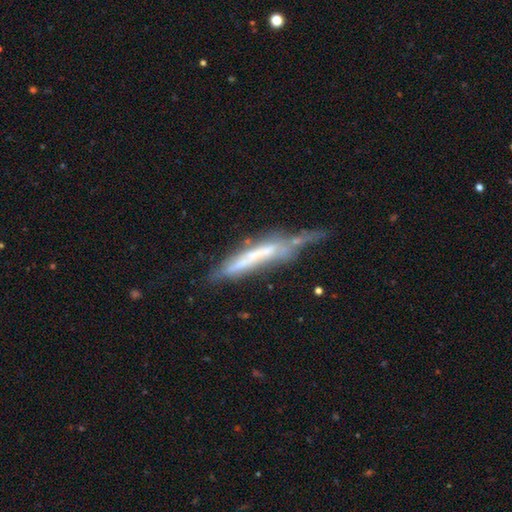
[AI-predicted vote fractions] A featured or disk galaxy (58%) viewed edge-on (72%).

Vote fractions:
- Smooth or featured? featured or disk: 58% / smooth: 33% / star or artifact: 9%
- Edge-on disk? yes: 72% / no: 28%
- Merging? none: 33% / minor disturbance: 29% / major disturbance: 24% / merger: 14%